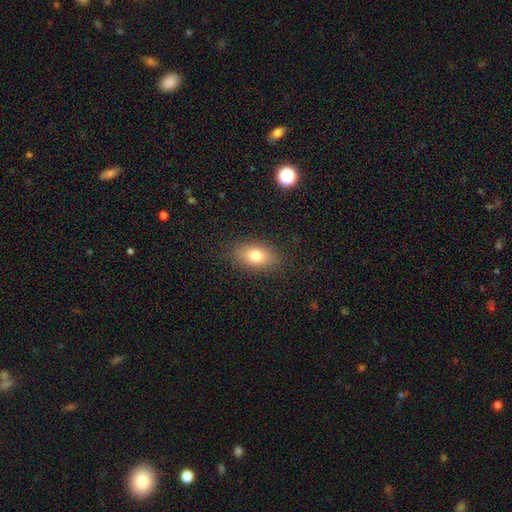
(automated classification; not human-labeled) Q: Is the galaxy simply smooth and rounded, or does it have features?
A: smooth — 77%.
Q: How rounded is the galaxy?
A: in between — 85%.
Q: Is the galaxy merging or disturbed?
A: none — 86%.